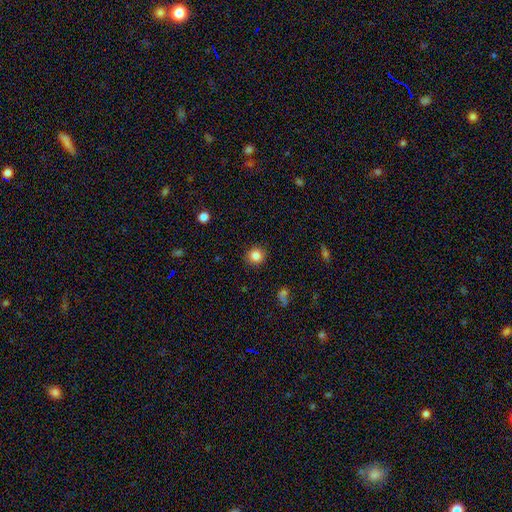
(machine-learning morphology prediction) A smooth galaxy with no disk features (84%) that is round (92%).

Vote fractions:
- Smooth or featured? smooth: 84% / star or artifact: 11% / featured or disk: 5%
- How rounded? round: 92% / in between: 7% / cigar-shaped: 1%
- Merging? none: 91% / minor disturbance: 6% / major disturbance: 2% / merger: 1%